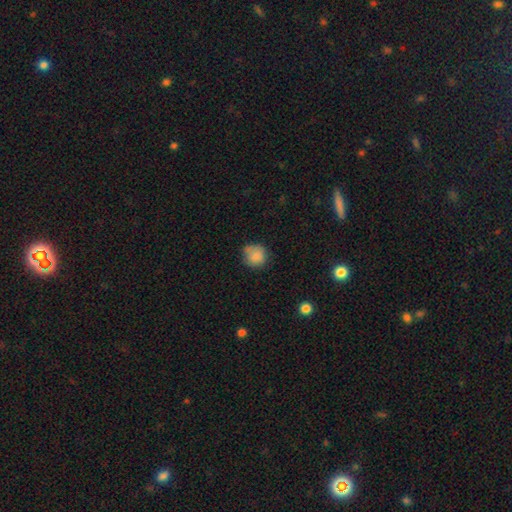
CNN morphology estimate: Smooth or featured? Predicted: smooth (p=0.83). How rounded? Predicted: round (p=0.87). Merging? Predicted: none (p=0.63).